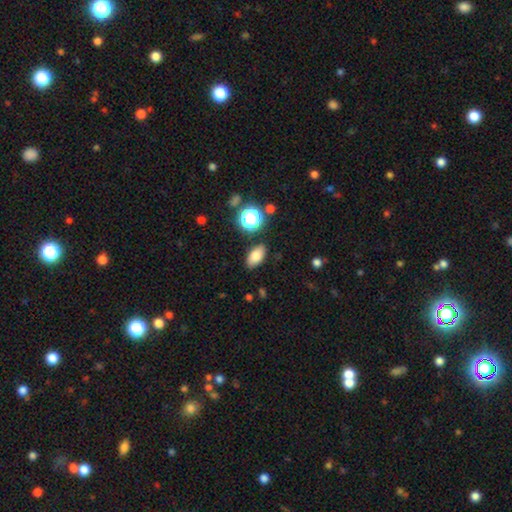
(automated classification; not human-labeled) A smooth galaxy with no disk features (79%) that is in between round and cigar-shaped (88%).

Vote fractions:
- Smooth or featured? smooth: 79% / star or artifact: 12% / featured or disk: 9%
- How rounded? in between: 88% / round: 9% / cigar-shaped: 3%
- Merging? none: 85% / minor disturbance: 10% / major disturbance: 3% / merger: 3%